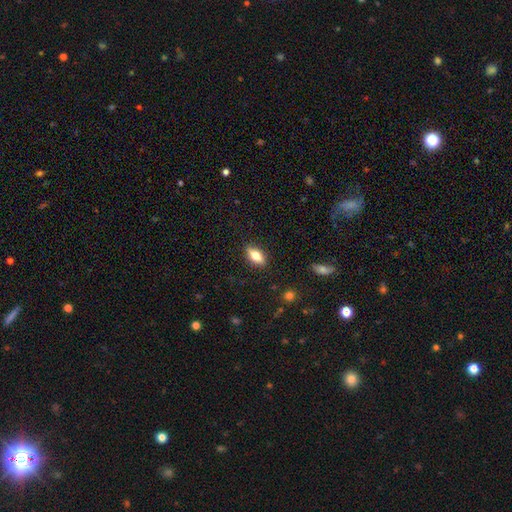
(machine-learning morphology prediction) A smooth galaxy with no disk features (66%) that is in between round and cigar-shaped (77%).

Vote fractions:
- Smooth or featured? smooth: 66% / featured or disk: 26% / star or artifact: 8%
- How rounded? in between: 77% / cigar-shaped: 19% / round: 4%
- Merging? none: 88% / minor disturbance: 9% / major disturbance: 2% / merger: 1%